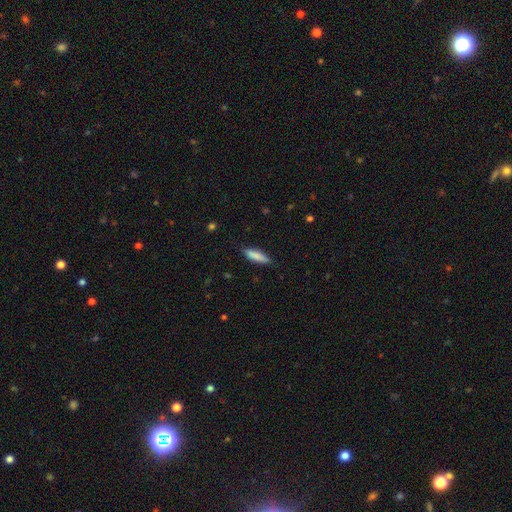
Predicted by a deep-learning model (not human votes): This is clearly a smooth galaxy (84%). How rounded: likely cigar-shaped (72%). Merging: clearly none (84%).